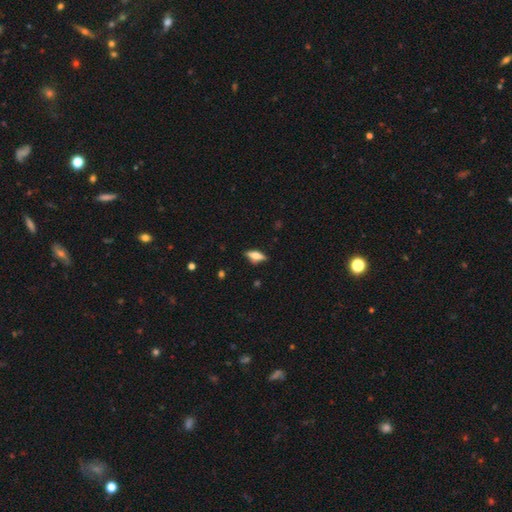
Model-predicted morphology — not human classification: type=smooth (51%); roundness=in between (67%); merging=none (82%).